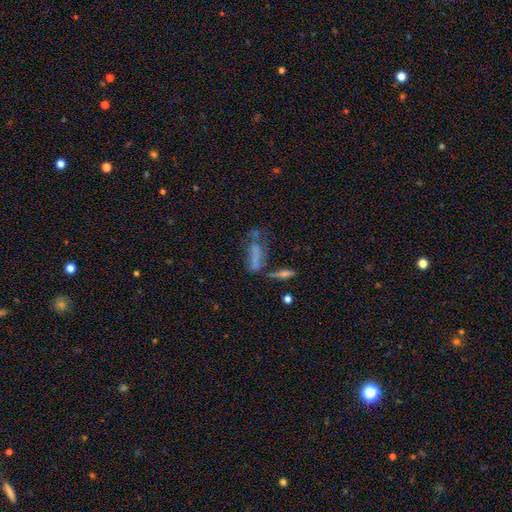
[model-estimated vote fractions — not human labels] A smooth galaxy with no disk features (52%) that is cigar-shaped (48%, tied with in between).

Vote fractions:
- Smooth or featured? smooth: 52% / featured or disk: 31% / star or artifact: 17%
- How rounded? cigar-shaped: 48% (tied) / in between: 48% (tied) / round: 4%
- Merging? none: 31% / major disturbance: 26% / merger: 23% / minor disturbance: 20%